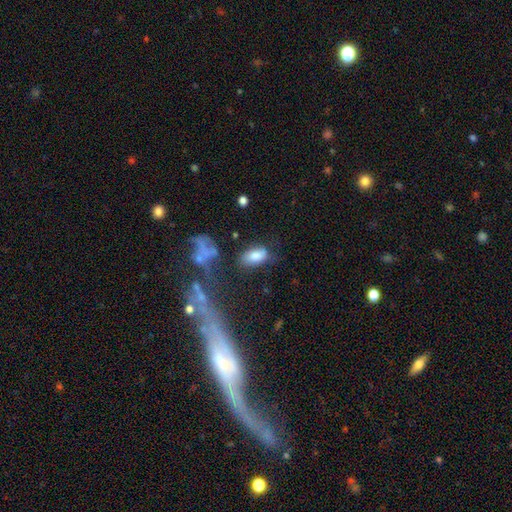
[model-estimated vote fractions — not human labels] A smooth galaxy with no disk features (78%) that is in between round and cigar-shaped (91%).

Vote fractions:
- Smooth or featured? smooth: 78% / featured or disk: 12% / star or artifact: 10%
- How rounded? in between: 91% / round: 5% / cigar-shaped: 4%
- Merging? none: 58% / minor disturbance: 24% / major disturbance: 10% / merger: 7%